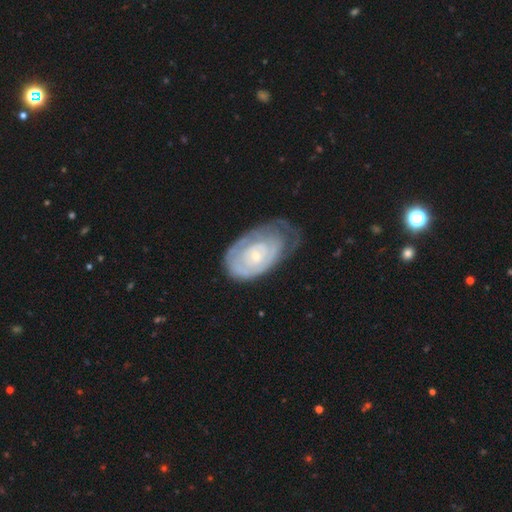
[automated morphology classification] Q: Smooth or featured?
A: featured or disk (72%); runner-up: smooth (22%)
Q: Edge-on disk?
A: no (96%); runner-up: yes (4%)
Q: Bar?
A: no (80%); runner-up: weak (17%)
Q: Spiral arms?
A: yes (76%); runner-up: no (24%)
Q: Spiral winding?
A: tight (78%); runner-up: medium (16%)
Q: Spiral arm count?
A: can't tell (59%); runner-up: 2 (17%)
Q: Bulge size?
A: small (68%); runner-up: moderate (27%)
Q: Merging?
A: none (46%); runner-up: minor disturbance (32%)